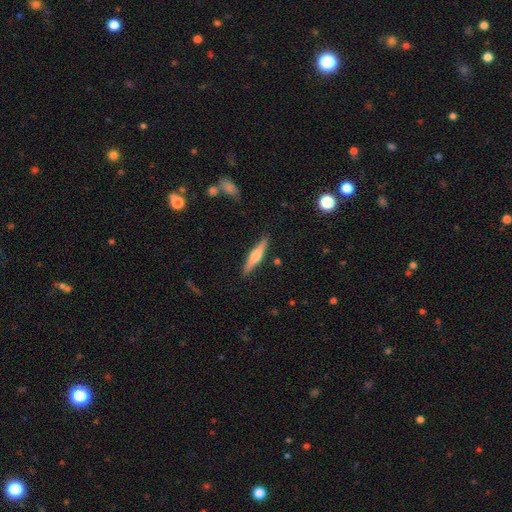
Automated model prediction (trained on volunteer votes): Smooth or featured?
  - featured or disk: 51% *
  - smooth: 44%
  - star or artifact: 6%
Edge-on disk?
  - yes: 96% *
  - no: 4%
Merging?
  - none: 89% *
  - minor disturbance: 8%
  - major disturbance: 2%
  - merger: 1%